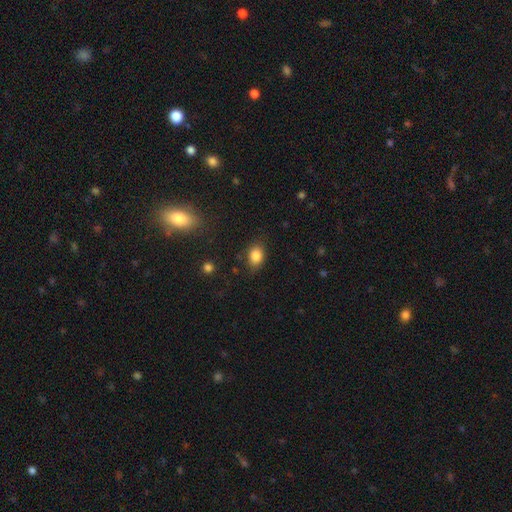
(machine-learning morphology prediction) This is clearly a smooth galaxy (85%). How rounded: likely in between (70%). Merging: likely none (79%).